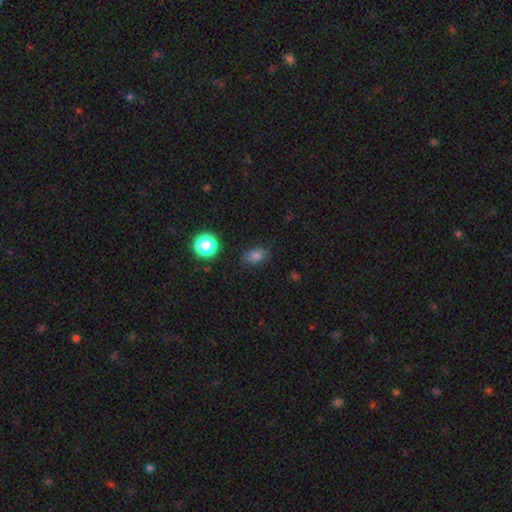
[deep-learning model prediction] The model was most divided on "how rounded": in between: 80%, round: 18%, cigar-shaped: 2%. More confident: merging — none (82%); smooth or featured — smooth (80%).